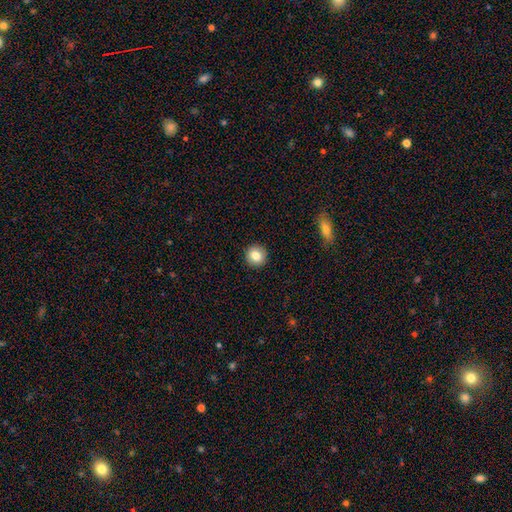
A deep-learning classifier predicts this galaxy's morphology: Smooth or featured? smooth (83%)
How rounded? round (93%)
Merging? none (92%)